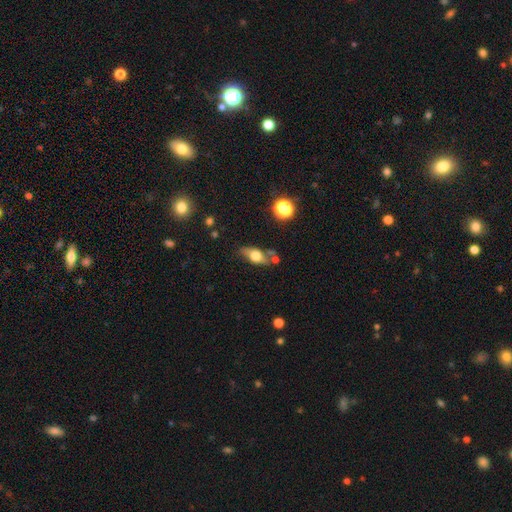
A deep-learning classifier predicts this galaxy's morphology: The model was most divided on "smooth or featured": smooth: 54%, featured or disk: 37%, star or artifact: 9%. More confident: how rounded — in between (72%); merging — none (63%).